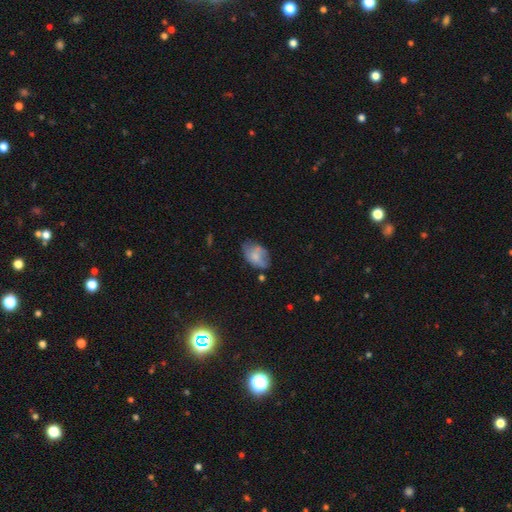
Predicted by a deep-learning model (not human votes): Smooth or featured? smooth (67%)
How rounded? in between (87%)
Merging? none (50%)